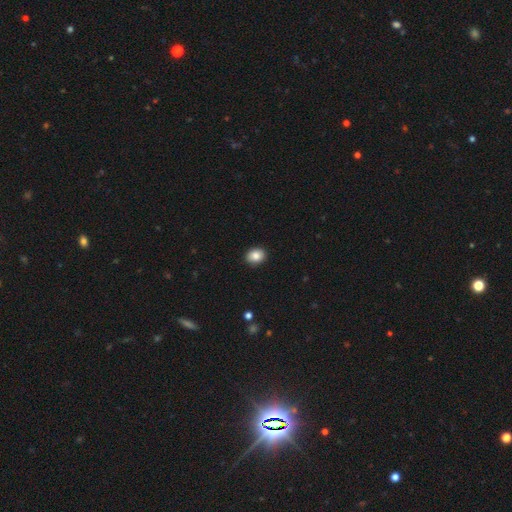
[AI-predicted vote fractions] Morphology: type=smooth (87%); roundness=round (51%); merging=none (91%).